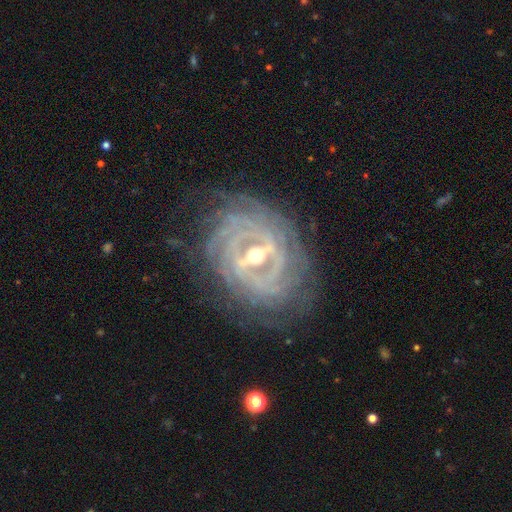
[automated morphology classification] This is clearly a featured or disk galaxy (91%). It is clearly not viewed edge-on (93%). Bar: likely strong (65%). Spiral arm pattern: clearly yes (94%). Spiral arm count: marginally can't tell (35%). Spiral winding: likely tight (80%). Central bulge: likely moderate (65%). Merging: likely none (76%).